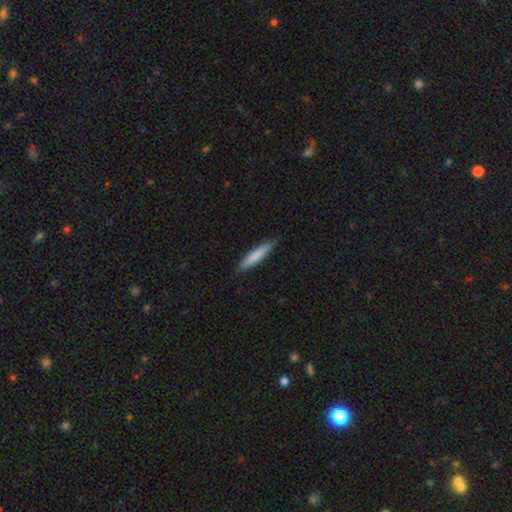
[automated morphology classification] Smooth or featured? Predicted: smooth (p=0.80). How rounded? Predicted: cigar-shaped (p=0.91). Merging? Predicted: none (p=0.89).